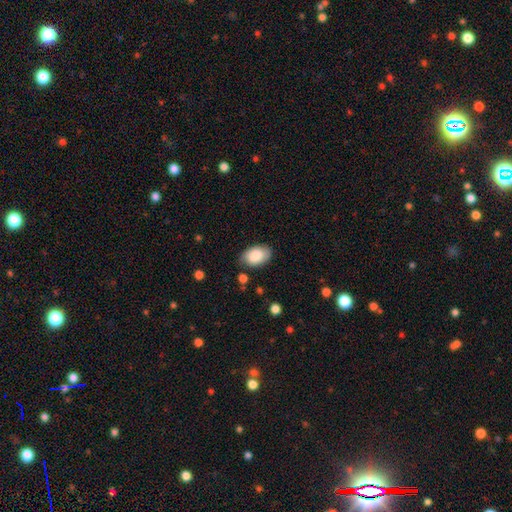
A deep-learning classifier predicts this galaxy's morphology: Smooth or featured: smooth — 86% (featured or disk — 8%)
How rounded: in between — 90% (round — 9%)
Merging: none — 78% (minor disturbance — 16%)